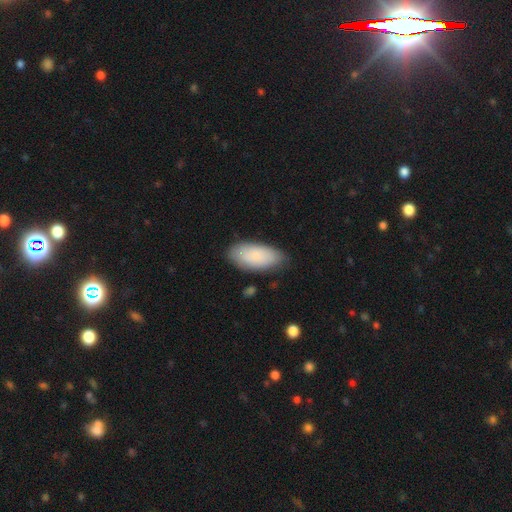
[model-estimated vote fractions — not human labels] smooth_or_featured: smooth (p=0.83) [alt: featured or disk p=0.11]
how_rounded: in between (p=0.91) [alt: cigar-shaped p=0.08]
merging: none (p=0.78) [alt: minor disturbance p=0.17]